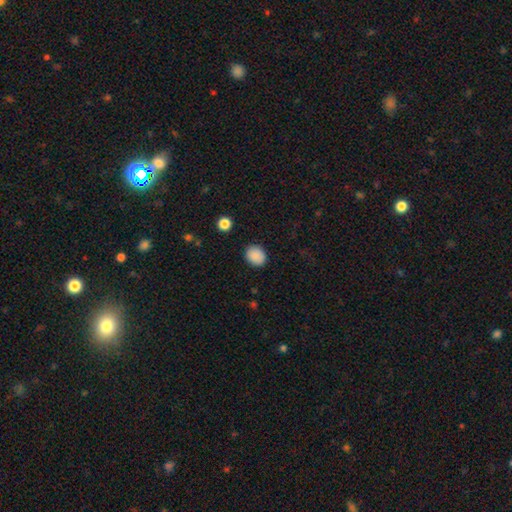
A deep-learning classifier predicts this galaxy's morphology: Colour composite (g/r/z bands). It shows a smooth galaxy with no disk features (89%) that is round (67%). Merging: none (89%).